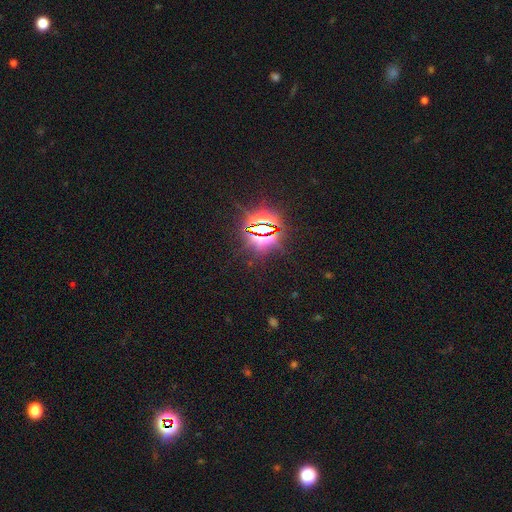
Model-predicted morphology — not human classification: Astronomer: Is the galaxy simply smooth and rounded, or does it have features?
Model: star or artifact — 81%.